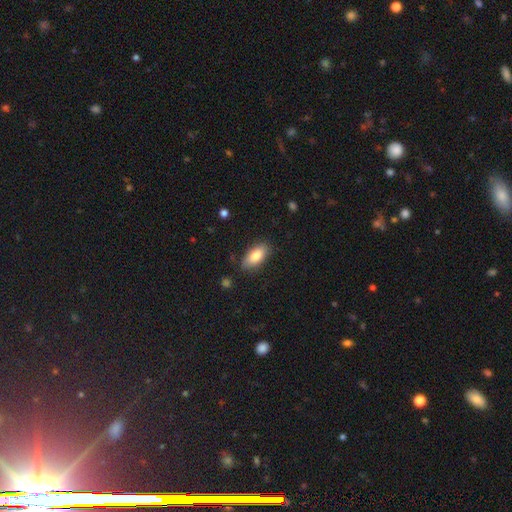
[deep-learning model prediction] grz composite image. It shows a smooth galaxy with no disk features (82%) that is in between round and cigar-shaped (87%). Merging: none (83%).